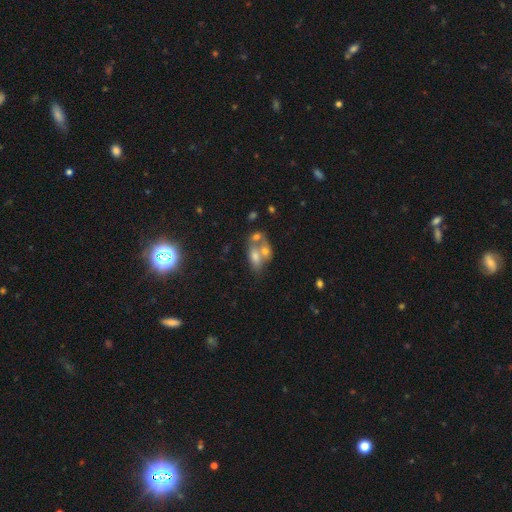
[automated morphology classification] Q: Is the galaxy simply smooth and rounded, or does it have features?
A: smooth — 43%.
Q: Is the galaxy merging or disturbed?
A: merger — 58%.